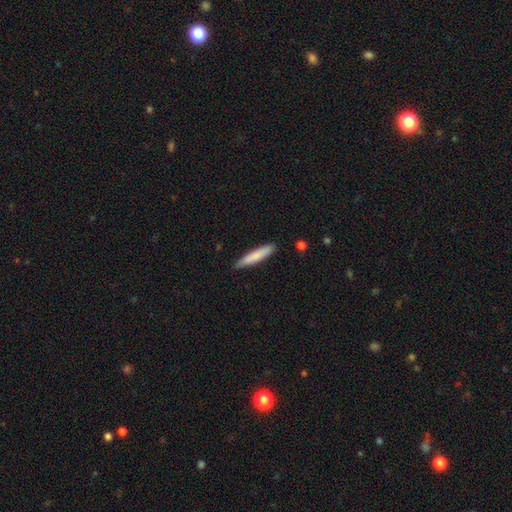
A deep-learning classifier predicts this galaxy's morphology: Smooth or featured? smooth (78%)
How rounded? cigar-shaped (91%)
Merging? none (87%)